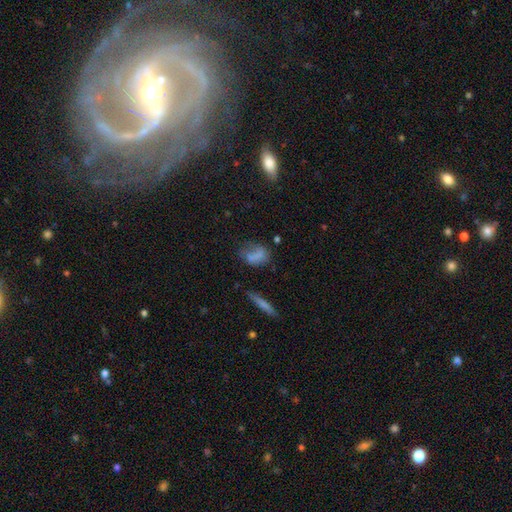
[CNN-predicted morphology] Smooth or featured: smooth — 64% (featured or disk — 24%)
How rounded: in between — 71% (round — 24%)
Merging: none — 42% (minor disturbance — 26%)